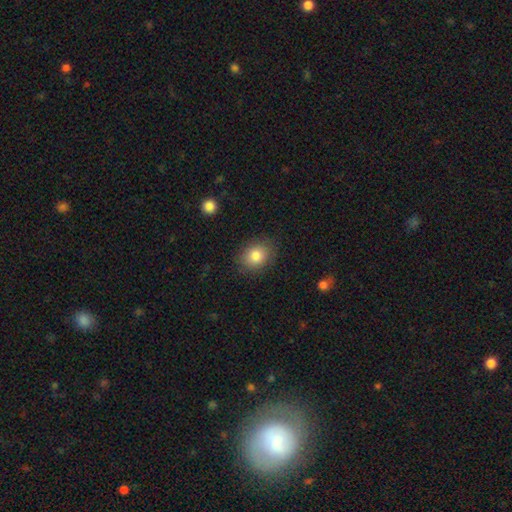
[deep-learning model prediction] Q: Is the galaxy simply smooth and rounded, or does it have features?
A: smooth — 82%.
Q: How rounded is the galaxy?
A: in between — 51%.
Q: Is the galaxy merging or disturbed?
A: none — 84%.